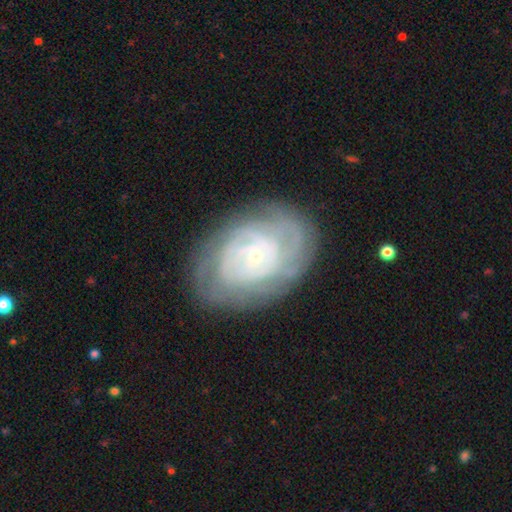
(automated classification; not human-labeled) Morphology: type=featured or disk (79%); edge-on=no (97%); bar=no (76%); spiral arms=yes (89%); winding=tight (75%); arm count=can't tell (47%); bulge=small (84%); merging=none (74%).